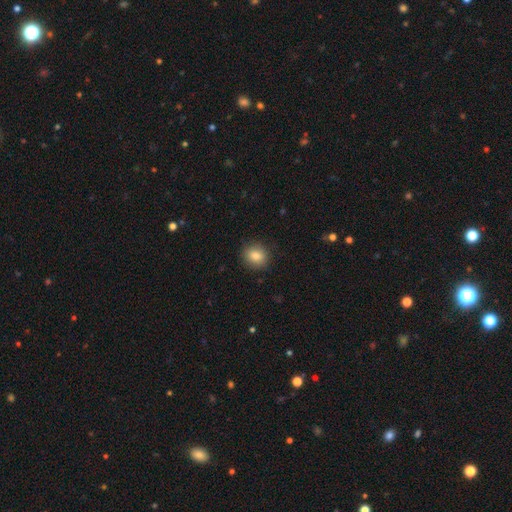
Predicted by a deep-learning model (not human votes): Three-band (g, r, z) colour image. It shows a smooth galaxy with no disk features (83%) that is round (74%). Merging: none (89%).